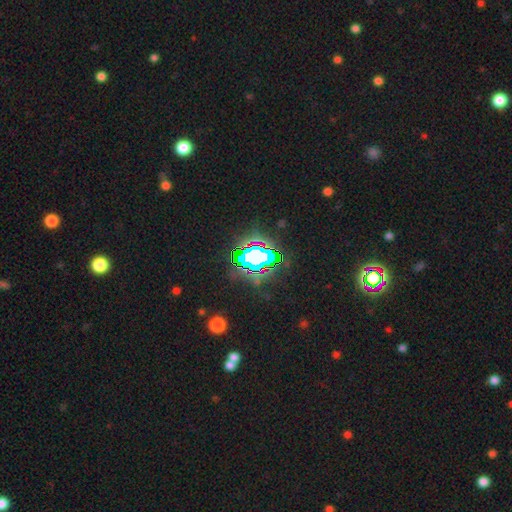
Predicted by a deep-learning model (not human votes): Smooth or featured: star or artifact — 69% (smooth — 17%)